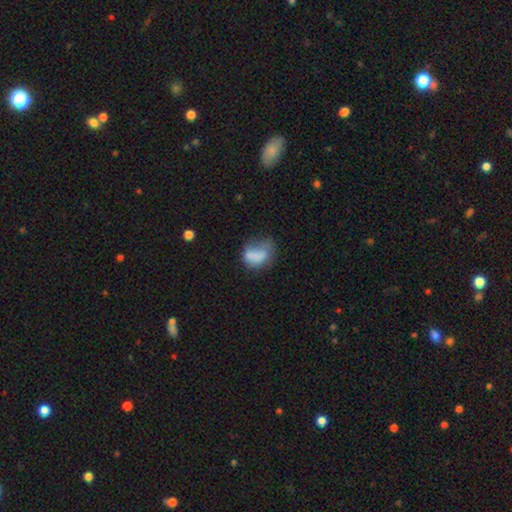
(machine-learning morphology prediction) type=smooth (68%); roundness=in between (74%); merging=major disturbance (33%).